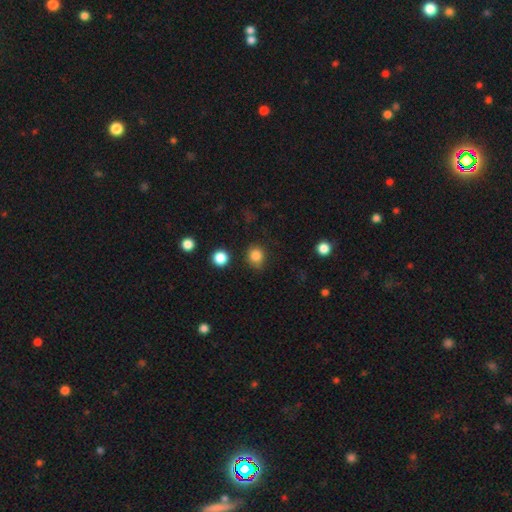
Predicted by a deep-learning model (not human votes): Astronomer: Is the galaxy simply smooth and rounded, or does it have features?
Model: smooth — 84%.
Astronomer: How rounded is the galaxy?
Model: round — 80%.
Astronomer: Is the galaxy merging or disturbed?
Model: none — 80%.